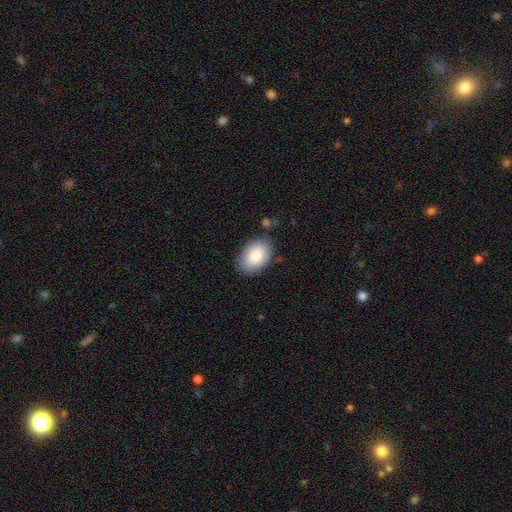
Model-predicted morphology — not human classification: Smooth or featured?
  - smooth: 86% *
  - featured or disk: 8%
  - star or artifact: 6%
How rounded?
  - in between: 89% *
  - round: 10%
  - cigar-shaped: 1%
Merging?
  - none: 80% *
  - minor disturbance: 14%
  - major disturbance: 3%
  - merger: 3%